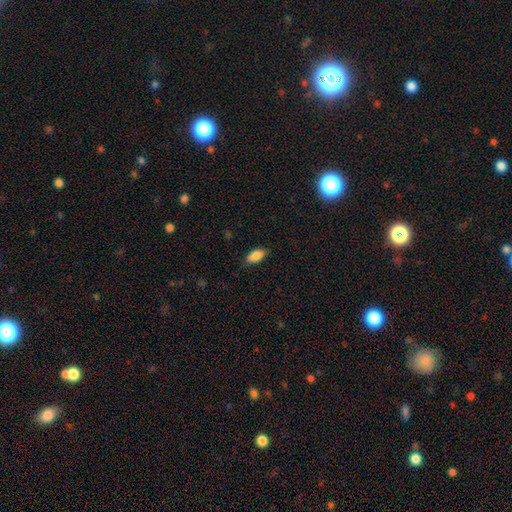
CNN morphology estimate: Smooth or featured? Predicted: smooth (p=0.87). How rounded? Predicted: in between (p=0.90). Merging? Predicted: none (p=0.82).